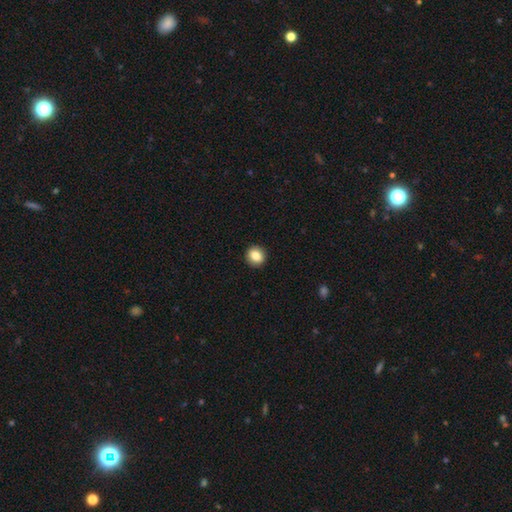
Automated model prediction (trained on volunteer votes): This appears to be a smooth galaxy with no disk features (85%) that is round (84%). Merging: none (93%).